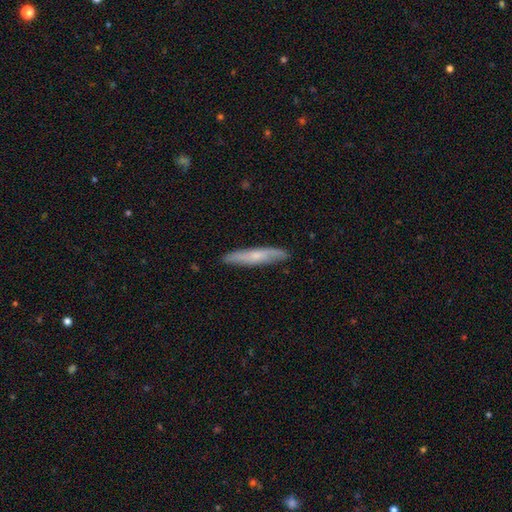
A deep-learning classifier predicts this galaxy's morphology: smooth_or_featured: smooth (p=0.52) [alt: featured or disk p=0.42]
how_rounded: cigar-shaped (p=0.90) [alt: in between p=0.08]
merging: none (p=0.85) [alt: minor disturbance p=0.12]